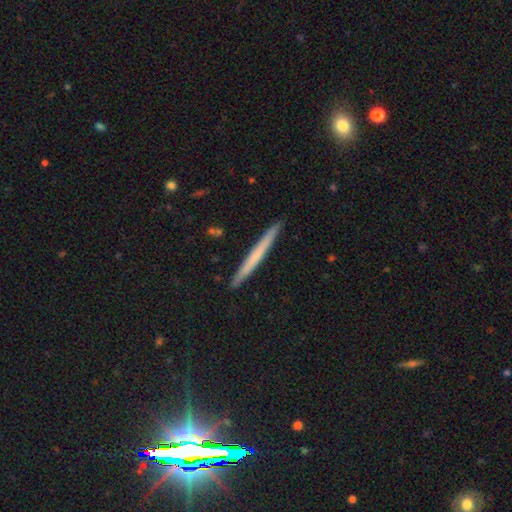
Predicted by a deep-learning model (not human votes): Overall: smooth (54%; featured or disk 40%). How rounded: cigar-shaped (97%). Merging: none (92%).